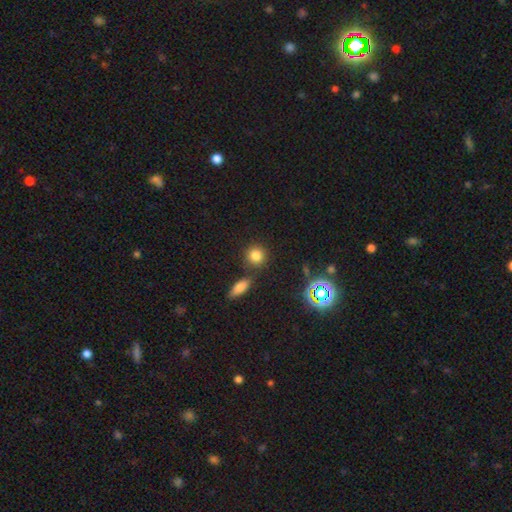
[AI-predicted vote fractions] Smooth or featured: smooth — 78% (star or artifact — 15%)
How rounded: round — 87% (in between — 11%)
Merging: none — 77% (merger — 11%)